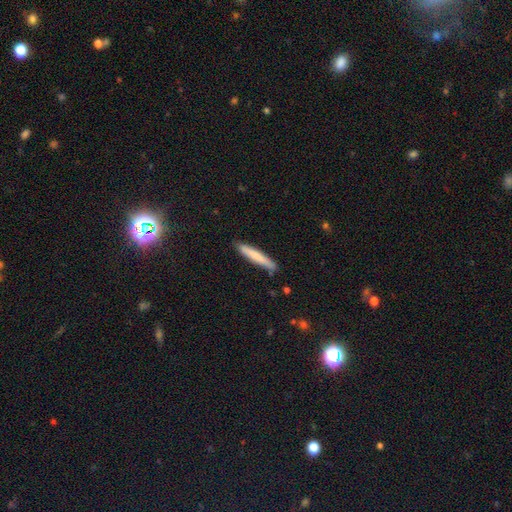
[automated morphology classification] Smooth or featured: smooth — 73% (featured or disk — 21%)
How rounded: cigar-shaped — 93% (in between — 5%)
Merging: none — 84% (minor disturbance — 12%)